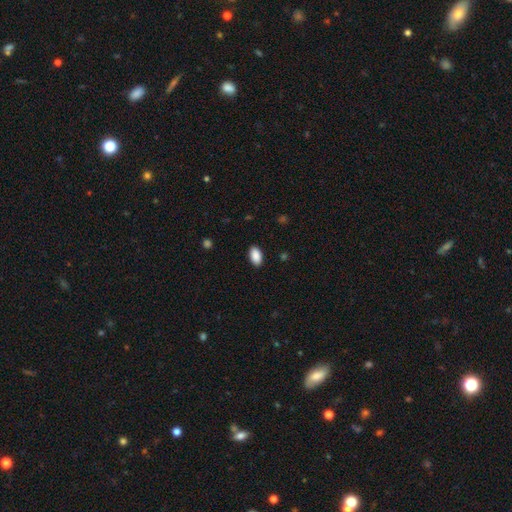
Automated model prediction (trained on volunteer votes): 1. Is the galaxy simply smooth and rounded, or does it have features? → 90% smooth, 7% star or artifact, 3% featured or disk.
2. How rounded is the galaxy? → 94% in between, 4% round, 2% cigar-shaped.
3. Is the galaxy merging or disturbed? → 89% none, 8% minor disturbance, 2% major disturbance, 1% merger.